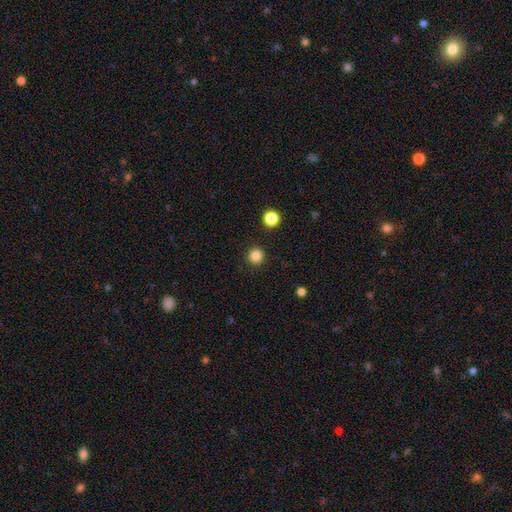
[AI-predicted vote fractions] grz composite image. It shows a smooth galaxy with no disk features (85%) that is round (95%). Merging: none (92%).